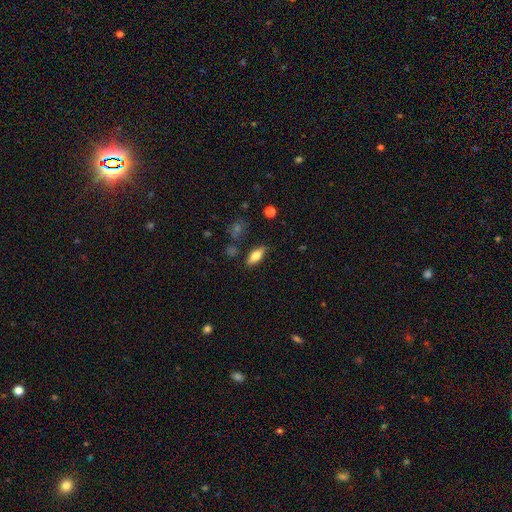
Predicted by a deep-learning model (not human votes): This is likely a smooth galaxy (69%). How rounded: likely in between (76%). Merging: likely none (79%).